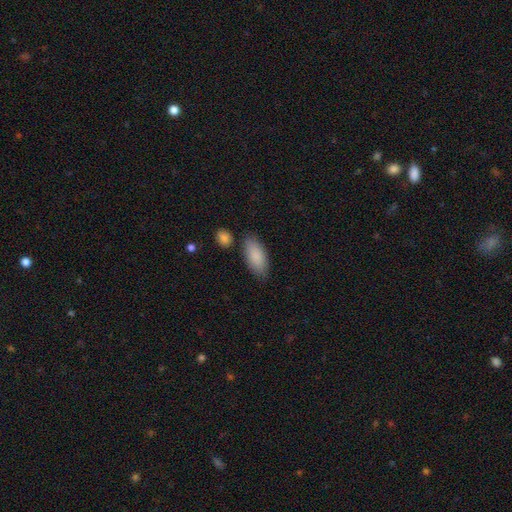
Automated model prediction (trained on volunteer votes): Smooth or featured? Predicted: smooth (p=0.88). How rounded? Predicted: in between (p=0.87). Merging? Predicted: none (p=0.79).